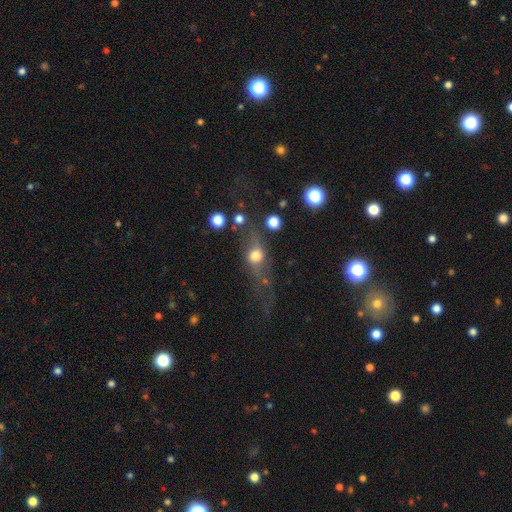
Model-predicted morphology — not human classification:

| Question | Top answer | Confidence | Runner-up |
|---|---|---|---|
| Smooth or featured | smooth | 46% | featured or disk (39%) |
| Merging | none | 49% | major disturbance (22%) |